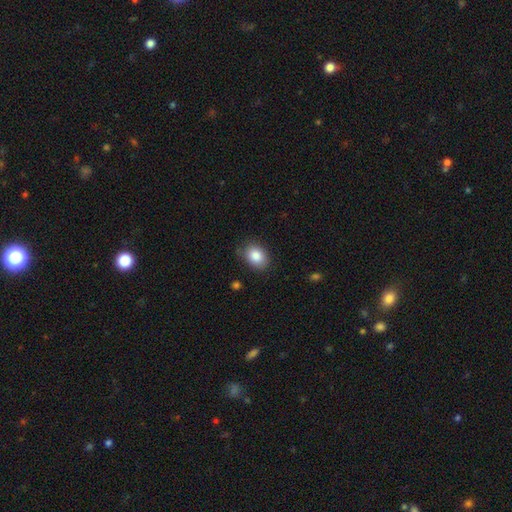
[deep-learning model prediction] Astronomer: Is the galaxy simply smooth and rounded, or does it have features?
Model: smooth — 86%.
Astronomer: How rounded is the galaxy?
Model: in between — 70%.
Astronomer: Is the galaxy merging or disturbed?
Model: none — 80%.